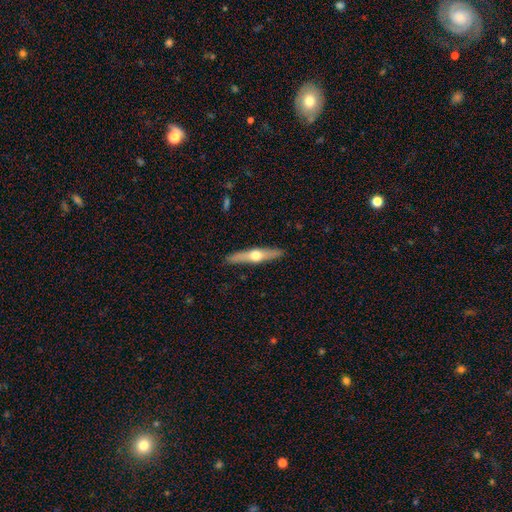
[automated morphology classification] Q: Smooth or featured?
A: featured or disk (63%); runner-up: smooth (32%)
Q: Edge-on disk?
A: yes (95%); runner-up: no (5%)
Q: Edge-on bulge?
A: rounded (95%); runner-up: none (3%)
Q: Merging?
A: none (91%); runner-up: minor disturbance (7%)